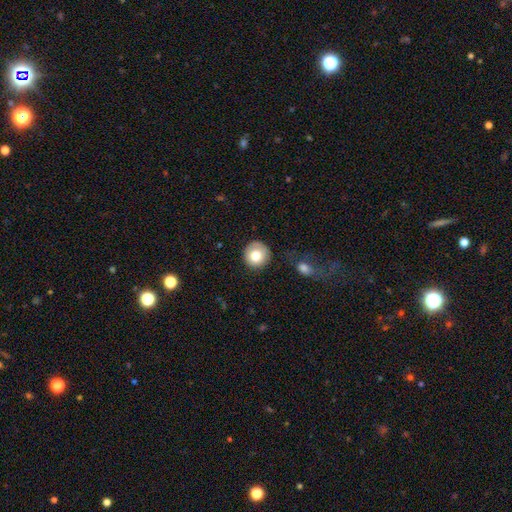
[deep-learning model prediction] This appears to be a smooth galaxy with no disk features (78%) that is round (93%). Merging: none (83%).